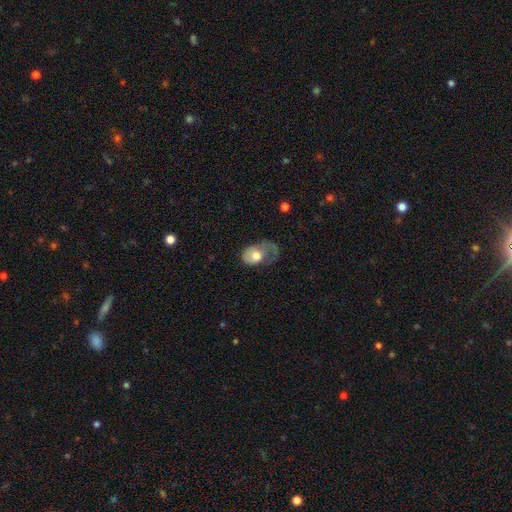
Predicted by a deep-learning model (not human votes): smooth_or_featured: smooth (p=0.62) [alt: featured or disk p=0.31]
how_rounded: in between (p=0.75) [alt: round p=0.23]
merging: major disturbance (p=0.55) [alt: minor disturbance p=0.26]